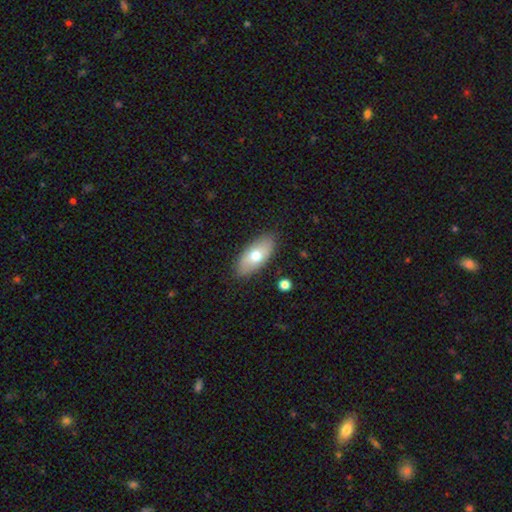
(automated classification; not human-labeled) Q: Smooth or featured?
A: smooth (67%); runner-up: featured or disk (27%)
Q: How rounded?
A: in between (88%); runner-up: cigar-shaped (8%)
Q: Merging?
A: none (86%); runner-up: minor disturbance (10%)